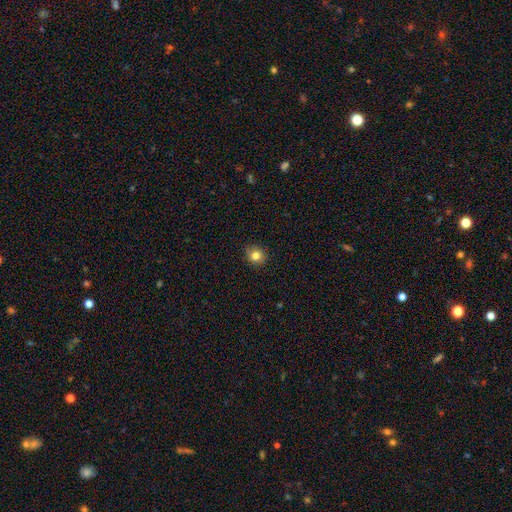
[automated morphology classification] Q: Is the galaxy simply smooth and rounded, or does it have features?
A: smooth — 81%.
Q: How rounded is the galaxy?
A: round — 82%.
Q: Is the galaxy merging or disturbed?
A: none — 88%.